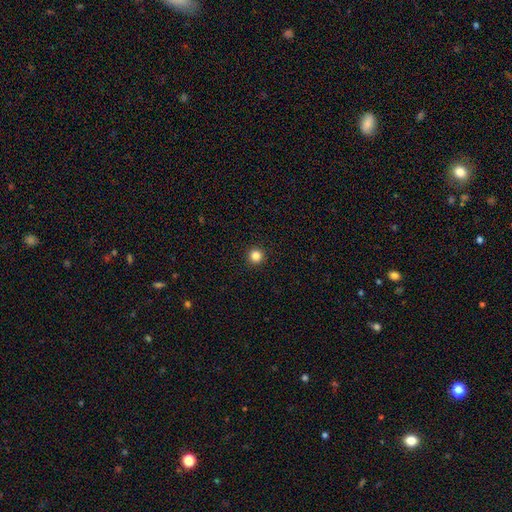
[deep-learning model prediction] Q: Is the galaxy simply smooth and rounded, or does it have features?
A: smooth — 85%.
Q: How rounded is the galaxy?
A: round — 96%.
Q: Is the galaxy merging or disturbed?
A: none — 94%.